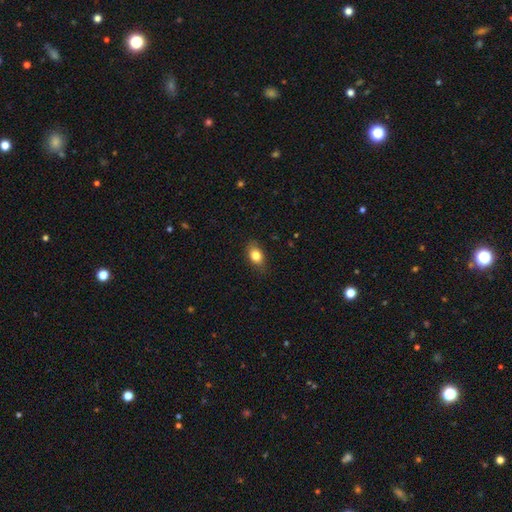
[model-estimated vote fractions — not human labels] smooth_or_featured: smooth (p=0.82) [alt: featured or disk p=0.10]
how_rounded: in between (p=0.84) [alt: round p=0.14]
merging: none (p=0.83) [alt: minor disturbance p=0.14]